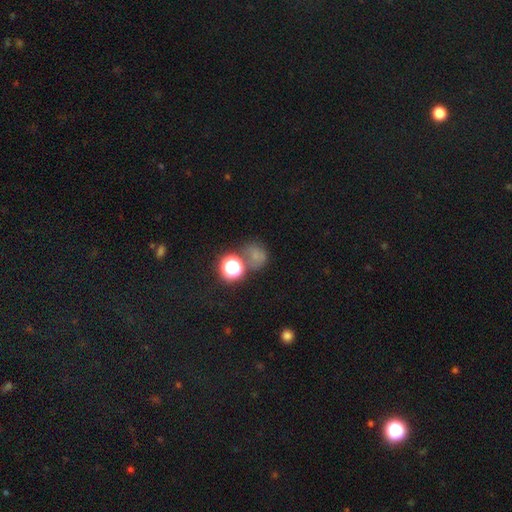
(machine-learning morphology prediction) smooth_or_featured: smooth (p=0.57) [alt: star or artifact p=0.32]
how_rounded: round (p=0.69) [alt: in between p=0.30]
merging: none (p=0.53) [alt: merger p=0.17]